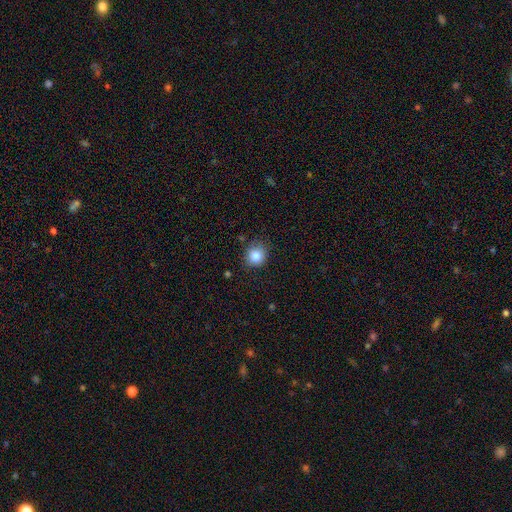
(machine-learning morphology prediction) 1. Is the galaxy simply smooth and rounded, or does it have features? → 85% smooth, 10% star or artifact, 5% featured or disk.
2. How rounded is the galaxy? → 82% round, 17% in between, 1% cigar-shaped.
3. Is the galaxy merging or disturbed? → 82% none, 13% minor disturbance, 3% major disturbance, 2% merger.